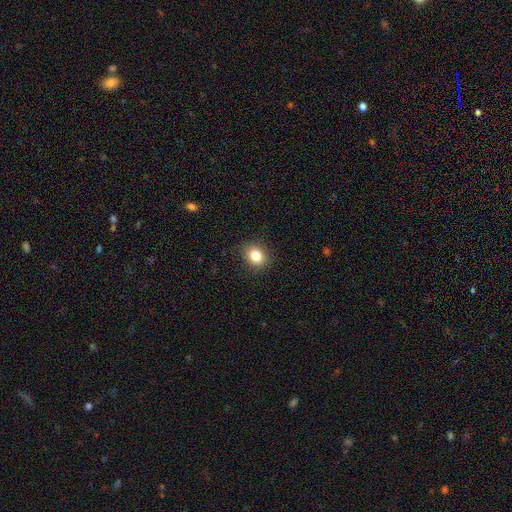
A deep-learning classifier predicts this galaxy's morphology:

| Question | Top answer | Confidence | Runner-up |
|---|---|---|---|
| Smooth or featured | smooth | 83% | star or artifact (11%) |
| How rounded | round | 58% | in between (41%) |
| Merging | none | 88% | minor disturbance (9%) |